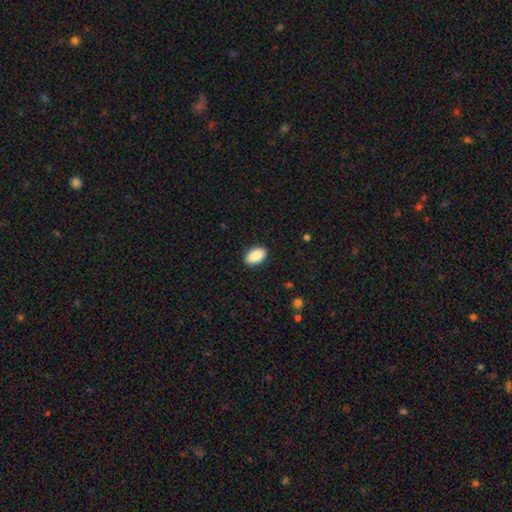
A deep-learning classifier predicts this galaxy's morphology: Smooth or featured: smooth — 90% (star or artifact — 6%)
How rounded: in between — 94% (round — 5%)
Merging: none — 90% (minor disturbance — 7%)